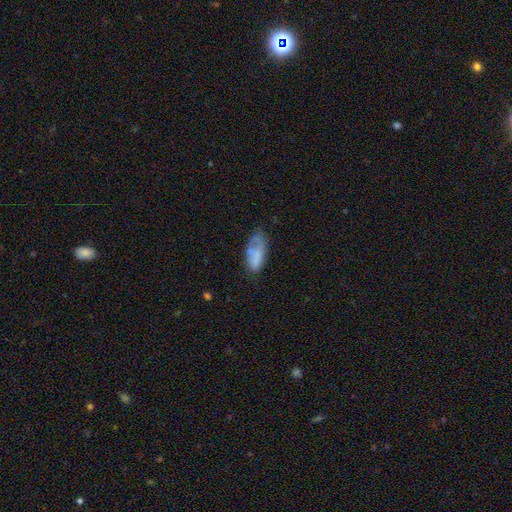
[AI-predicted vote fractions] Smooth or featured: smooth — 69% (featured or disk — 23%)
How rounded: in between — 88% (cigar-shaped — 10%)
Merging: none — 42% (minor disturbance — 33%)